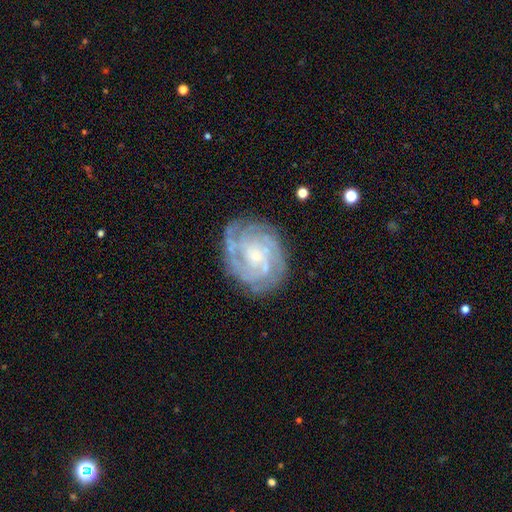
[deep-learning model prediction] smooth_or_featured: featured or disk (p=0.84) [alt: smooth p=0.09]
disk_edge_on: no (p=0.97) [alt: yes p=0.03]
bar: no (p=0.68) [alt: weak p=0.26]
has_spiral_arms: yes (p=0.96) [alt: no p=0.04]
spiral_winding: tight (p=0.72) [alt: medium p=0.24]
spiral_arm_count: can't tell (p=0.30) [alt: 3 p=0.21]
bulge_size: small (p=0.67) [alt: moderate p=0.24]
merging: none (p=0.76) [alt: minor disturbance p=0.16]